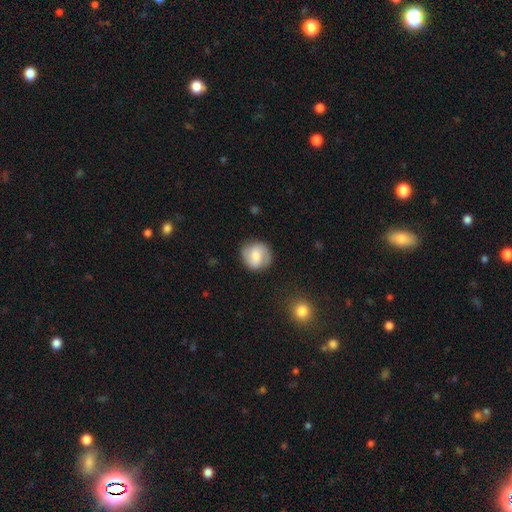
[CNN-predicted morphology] A smooth galaxy with no disk features (49%).

Vote fractions:
- Smooth or featured? smooth: 49% / featured or disk: 44% / star or artifact: 7%
- Merging? none: 82% / minor disturbance: 13% / major disturbance: 4% / merger: 2%